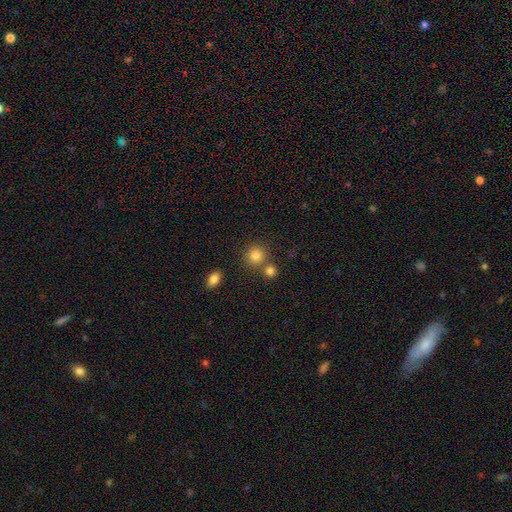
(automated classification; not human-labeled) Smooth or featured? Predicted: smooth (p=0.83). How rounded? Predicted: round (p=0.87). Merging? Predicted: none (p=0.68).